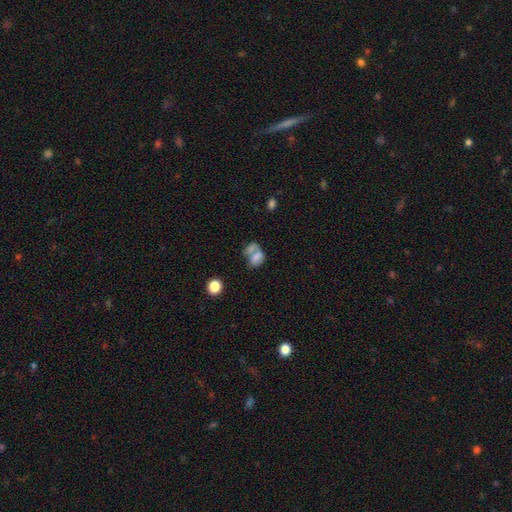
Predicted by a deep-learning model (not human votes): smooth 63%, featured or disk 25%, star or artifact 12%. Down the decision tree: how rounded — in between (70%); merging — merger (52%).